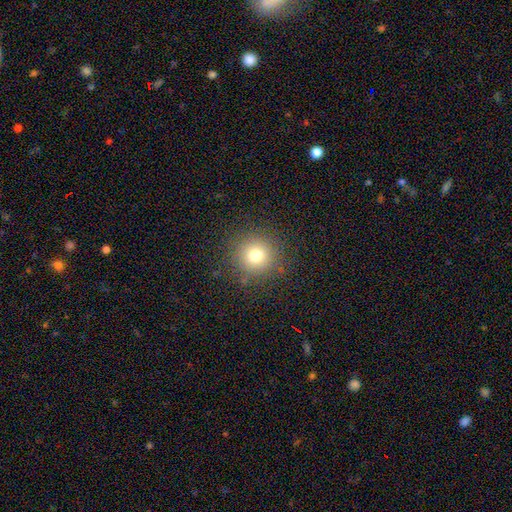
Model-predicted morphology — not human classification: Smooth or featured? Predicted: smooth (p=0.75). How rounded? Predicted: round (p=0.94). Merging? Predicted: none (p=0.88).